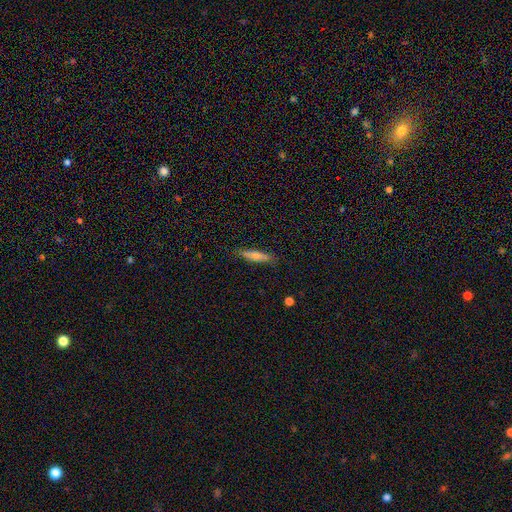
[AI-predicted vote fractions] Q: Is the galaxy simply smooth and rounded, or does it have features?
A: smooth — 57%.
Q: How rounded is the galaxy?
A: cigar-shaped — 84%.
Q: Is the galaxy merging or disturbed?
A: none — 87%.